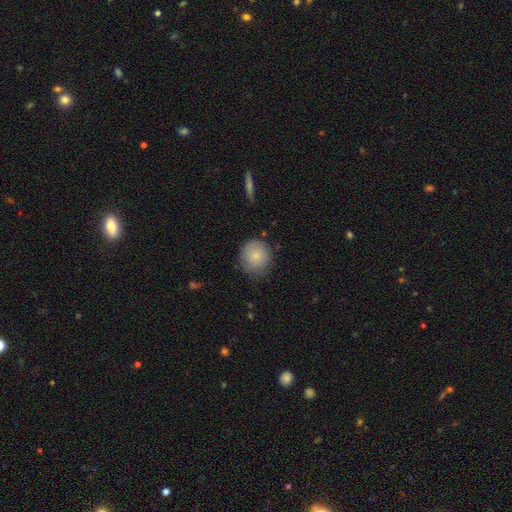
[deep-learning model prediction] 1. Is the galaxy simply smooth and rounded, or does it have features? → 82% smooth, 11% featured or disk, 7% star or artifact.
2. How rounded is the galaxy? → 86% round, 13% in between, 1% cigar-shaped.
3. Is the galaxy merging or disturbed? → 76% none, 18% minor disturbance, 4% major disturbance, 2% merger.